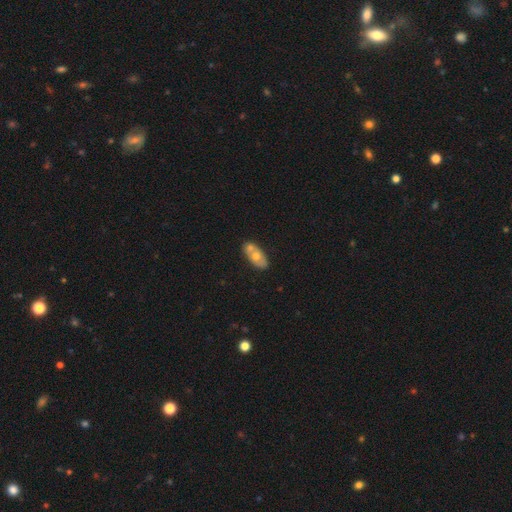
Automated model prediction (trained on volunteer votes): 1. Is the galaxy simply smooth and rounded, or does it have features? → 53% smooth, 40% featured or disk, 7% star or artifact.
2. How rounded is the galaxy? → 83% in between, 10% cigar-shaped, 7% round.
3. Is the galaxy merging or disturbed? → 52% none, 31% merger, 13% minor disturbance, 4% major disturbance.